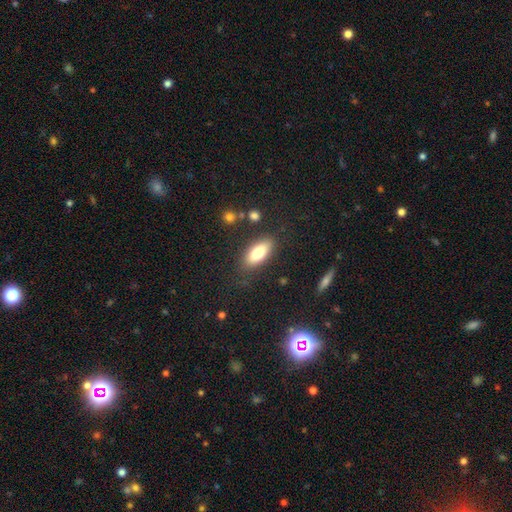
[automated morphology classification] This is likely a smooth galaxy (77%). How rounded: clearly in between (81%). Merging: clearly none (82%).